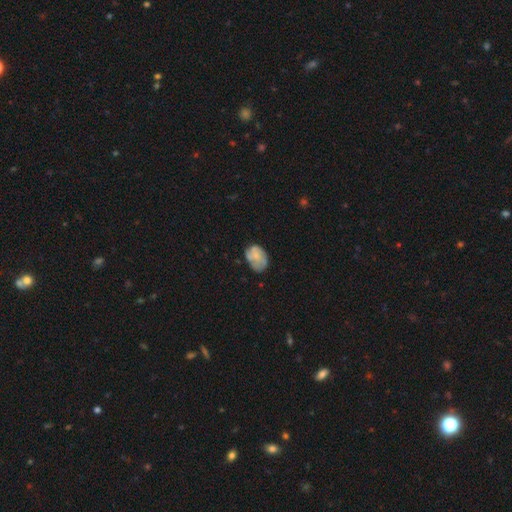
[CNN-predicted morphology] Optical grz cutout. It shows a smooth galaxy with no disk features (59%) that is in between round and cigar-shaped (77%). Merging: none (50%).